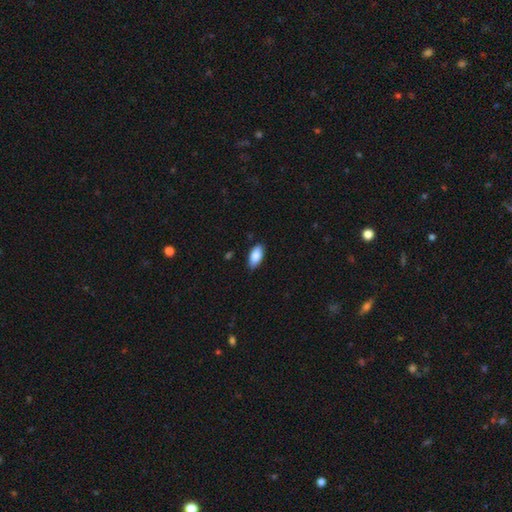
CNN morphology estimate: Smooth or featured: smooth — 88% (star or artifact — 6%)
How rounded: in between — 92% (cigar-shaped — 6%)
Merging: none — 85% (minor disturbance — 12%)